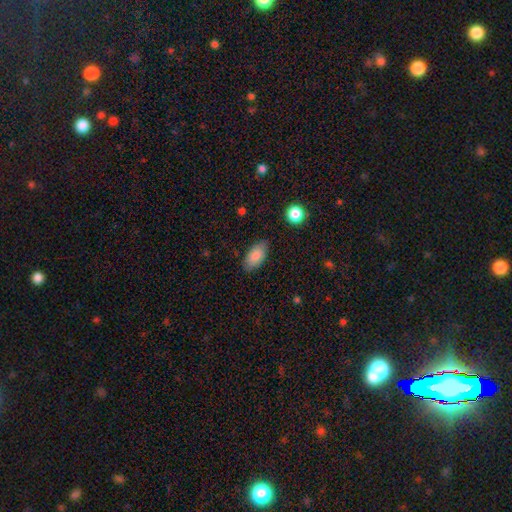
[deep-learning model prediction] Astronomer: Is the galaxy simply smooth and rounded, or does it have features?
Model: smooth — 85%.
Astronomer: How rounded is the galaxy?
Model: in between — 92%.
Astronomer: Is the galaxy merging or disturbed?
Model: none — 82%.